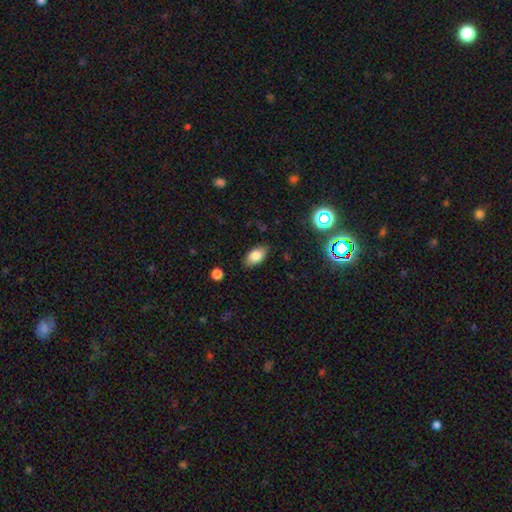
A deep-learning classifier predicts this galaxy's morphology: smooth-or-featured: smooth: 82% | star or artifact: 9% | featured or disk: 9%
  how-rounded: in between: 92% | round: 6% | cigar-shaped: 3%
  merging: none: 85% | minor disturbance: 11% | major disturbance: 3% | merger: 1%